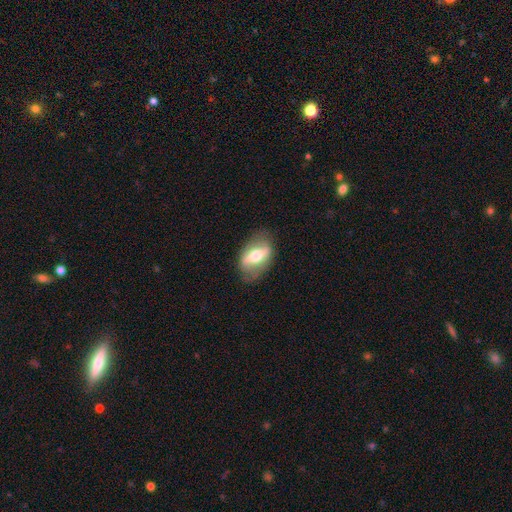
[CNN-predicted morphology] Smooth or featured? featured or disk (58%)
Edge-on disk? no (73%)
Merging? none (77%)